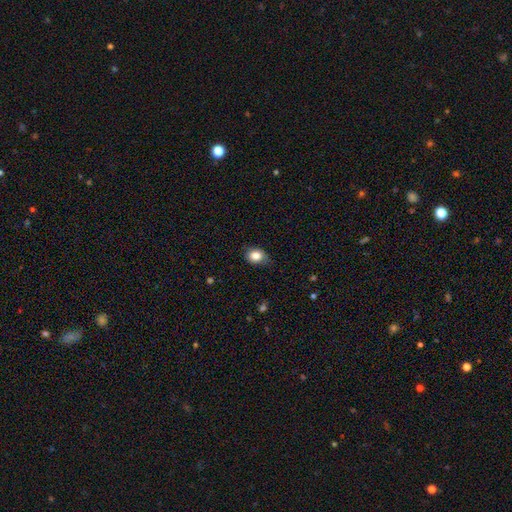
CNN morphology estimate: This is clearly a smooth galaxy (83%). How rounded: likely in between (62%). Merging: likely none (71%).